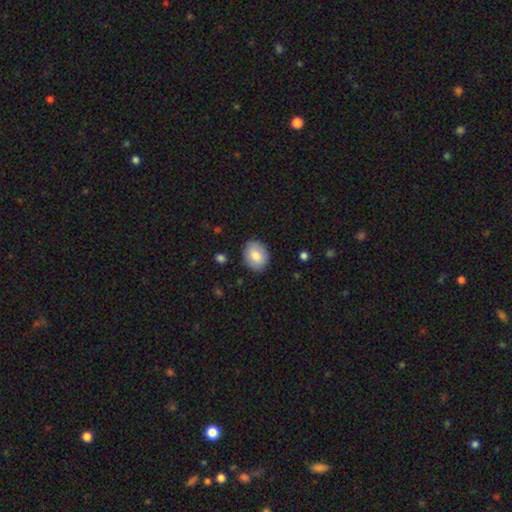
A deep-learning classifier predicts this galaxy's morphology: A smooth galaxy with no disk features (81%) that is in between round and cigar-shaped (59%). Merging: none (87%).